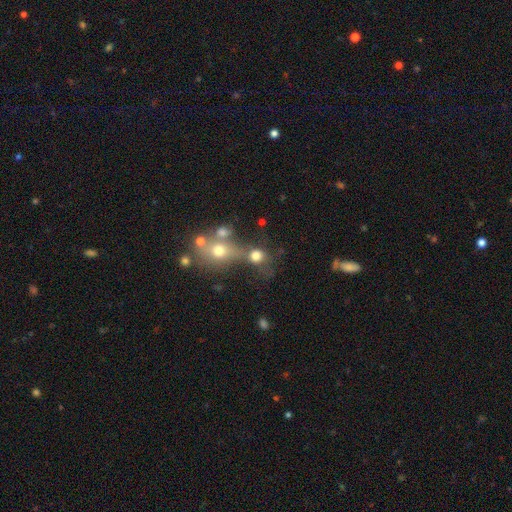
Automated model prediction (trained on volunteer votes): A smooth galaxy with no disk features (69%) that is round (72%). Merging: merger (43%).